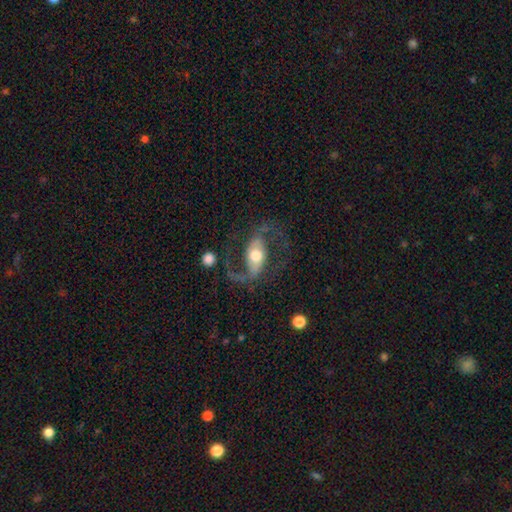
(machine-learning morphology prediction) smooth-or-featured: featured or disk: 81% | smooth: 13% | star or artifact: 5%
  disk-edge-on: no: 95% | yes: 5%
    bar: weak: 36% | no: 34% | strong: 31%
    has-spiral-arms: yes: 90% | no: 10%
      spiral-winding: loose: 50% | medium: 41% | tight: 9%
      spiral-arm-count: 2: 90% | 1: 5% | can't tell: 3% | 3: 1% | 4: 1% | more than 4: 1%
    bulge-size: moderate: 68% | large: 19% | small: 10% | dominant: 2% | none: 1%
  merging: none: 62% | major disturbance: 20% | minor disturbance: 15% | merger: 3%